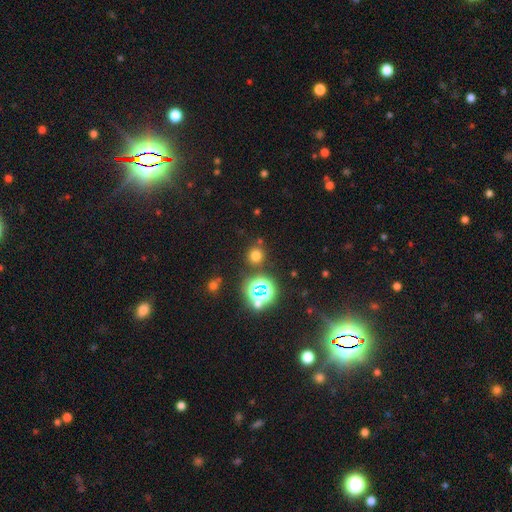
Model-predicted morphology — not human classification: Overall: smooth (66%; star or artifact 27%). How rounded: round (90%). Merging: none (83%).